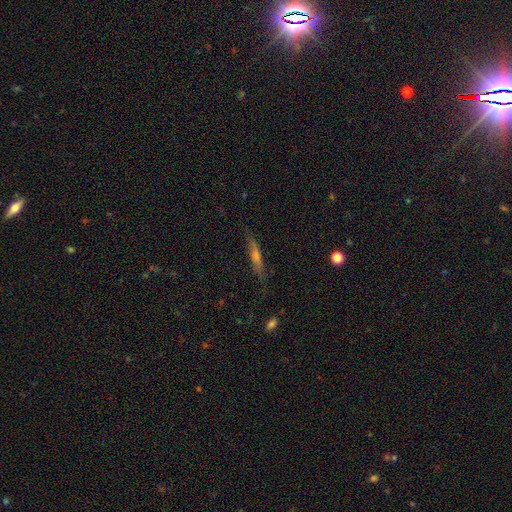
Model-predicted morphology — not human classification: Smooth or featured: featured or disk — 49% (smooth — 40%)
Merging: none — 81% (minor disturbance — 14%)